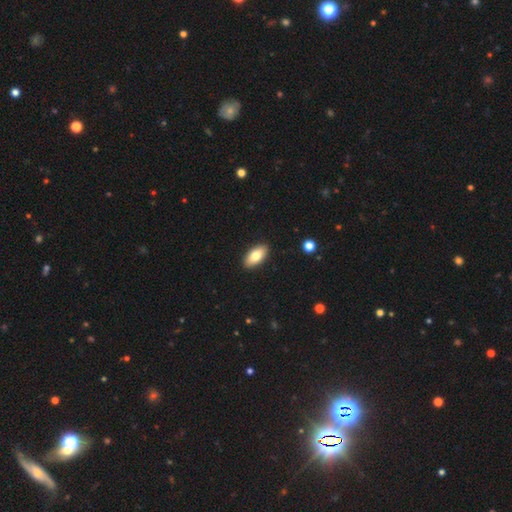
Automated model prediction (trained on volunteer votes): A smooth galaxy with no disk features (77%) that is in between round and cigar-shaped (90%).

Vote fractions:
- Smooth or featured? smooth: 77% / featured or disk: 16% / star or artifact: 6%
- How rounded? in between: 90% / cigar-shaped: 7% / round: 3%
- Merging? none: 91% / minor disturbance: 7% / major disturbance: 2% / merger: 1%